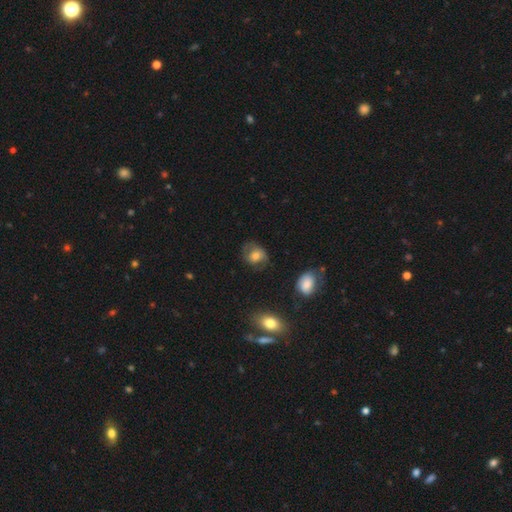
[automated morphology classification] This is possibly a smooth galaxy (53%). How rounded: possibly round (58%). Merging: likely none (63%).